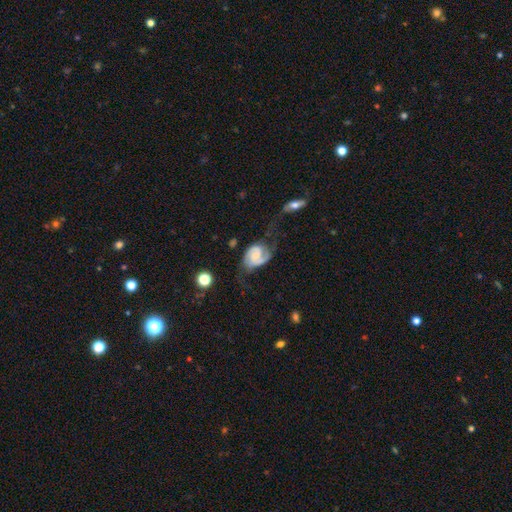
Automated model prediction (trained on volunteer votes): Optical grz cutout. It shows a featured or disk galaxy (78%) with no bar (52%), 2 (81%) medium (44%) spiral arms (94%) and a small central bulge (45%). Merging: none (39%).